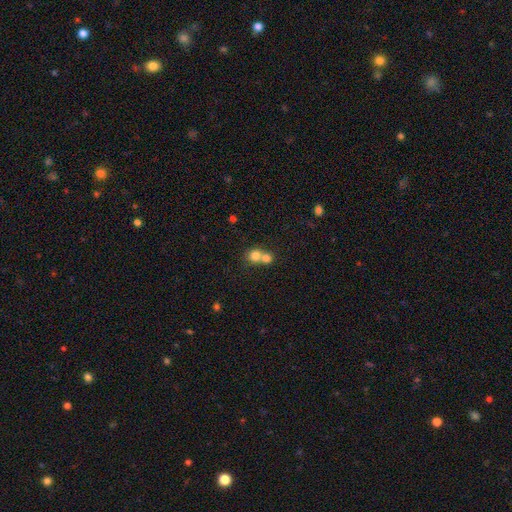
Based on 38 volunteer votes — Smooth or featured? smooth (89%)
How rounded? round (94%)
Merging? merger (58%)